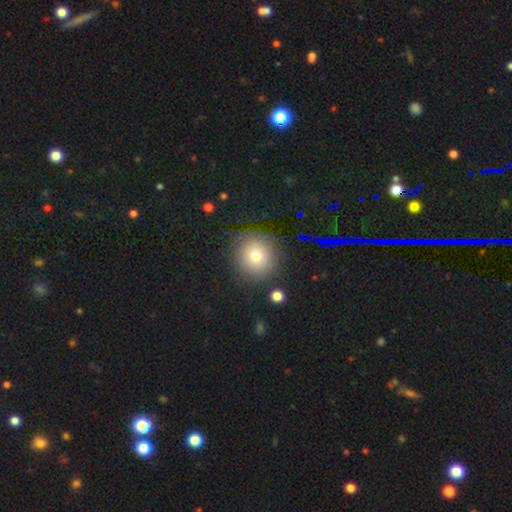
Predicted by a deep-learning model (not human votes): This is likely a smooth galaxy (71%). How rounded: clearly round (85%). Merging: clearly none (81%).